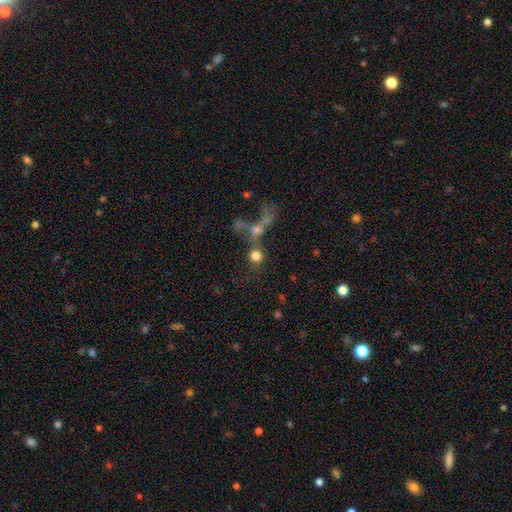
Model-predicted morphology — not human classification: A smooth galaxy with no disk features (71%) that is round (86%).

Vote fractions:
- Smooth or featured? smooth: 71% / star or artifact: 16% / featured or disk: 13%
- How rounded? round: 86% / in between: 12% / cigar-shaped: 2%
- Merging? merger: 40% (tied) / none: 40% (tied) / major disturbance: 12% / minor disturbance: 8%